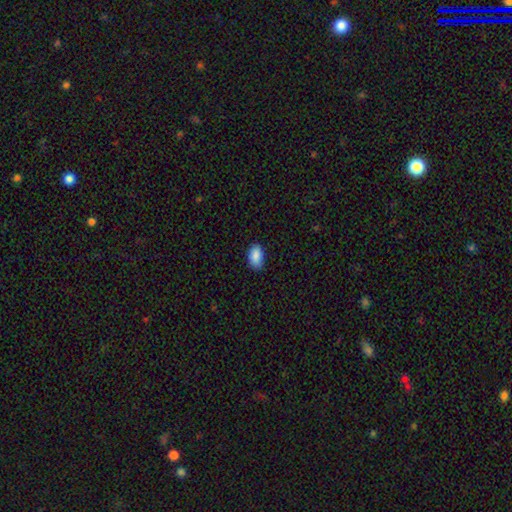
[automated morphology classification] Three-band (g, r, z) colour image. It shows a smooth galaxy with no disk features (89%) that is in between round and cigar-shaped (93%). Merging: none (78%).